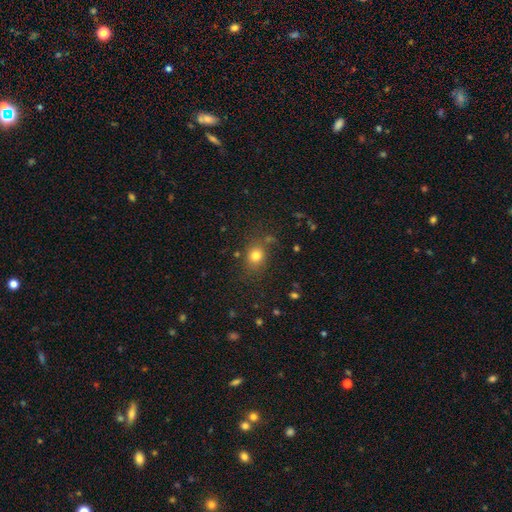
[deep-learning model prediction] smooth-or-featured: smooth: 77% | star or artifact: 15% | featured or disk: 8%
  how-rounded: round: 65% | in between: 34% | cigar-shaped: 1%
  merging: none: 76% | minor disturbance: 14% | major disturbance: 6% | merger: 4%